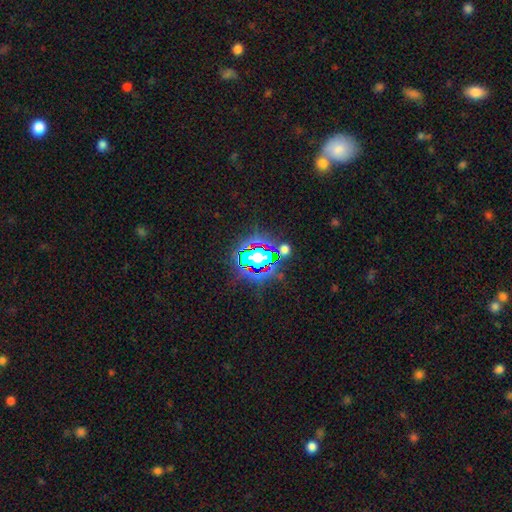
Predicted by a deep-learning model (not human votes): A star or artifact, not a galaxy (65%).

Vote fractions:
- Smooth or featured? star or artifact: 65% / smooth: 21% / featured or disk: 14%